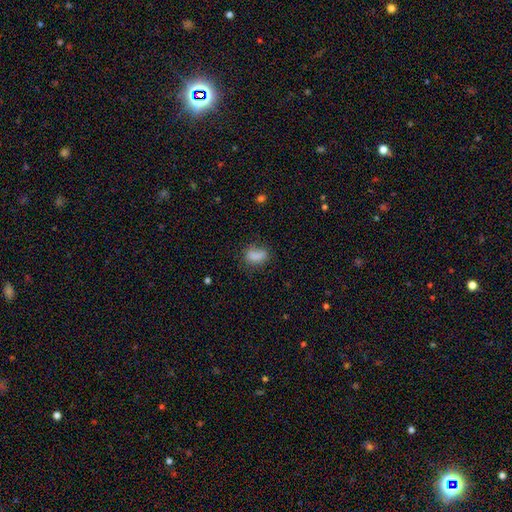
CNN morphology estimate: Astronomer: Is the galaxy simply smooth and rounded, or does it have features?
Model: smooth — 82%.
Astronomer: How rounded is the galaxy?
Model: in between — 83%.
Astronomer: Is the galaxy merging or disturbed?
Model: none — 57%.